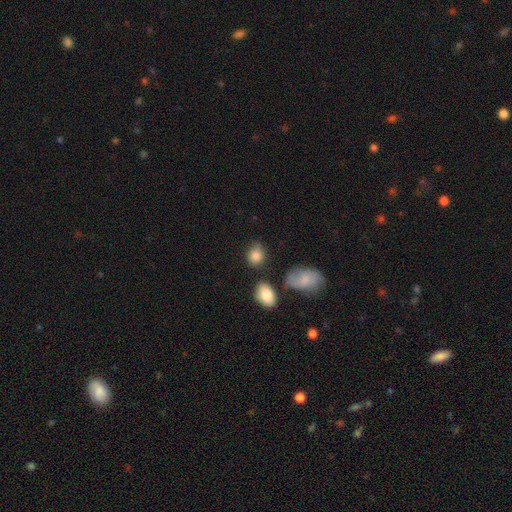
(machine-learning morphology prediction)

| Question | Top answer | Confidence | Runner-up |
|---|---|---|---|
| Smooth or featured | smooth | 84% | featured or disk (8%) |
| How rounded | in between | 50% | round (49%) |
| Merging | none | 61% | minor disturbance (25%) |